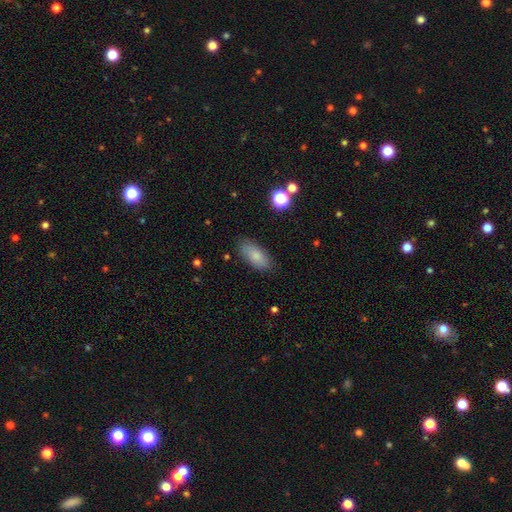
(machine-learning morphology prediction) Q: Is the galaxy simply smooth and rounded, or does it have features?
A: smooth — 80%.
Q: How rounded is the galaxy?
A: in between — 87%.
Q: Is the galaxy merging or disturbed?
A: none — 82%.